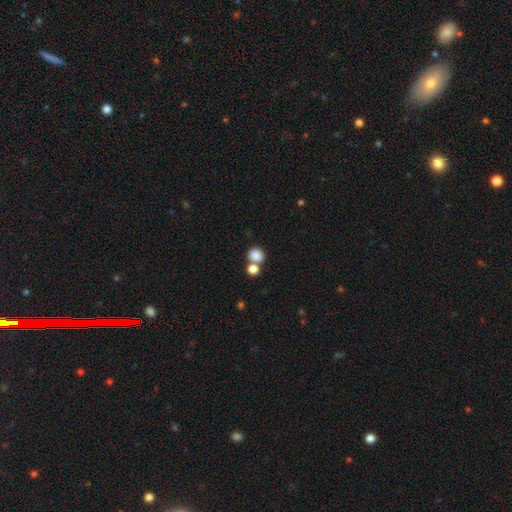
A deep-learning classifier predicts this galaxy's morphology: type=smooth (84%); roundness=round (69%); merging=none (50%).